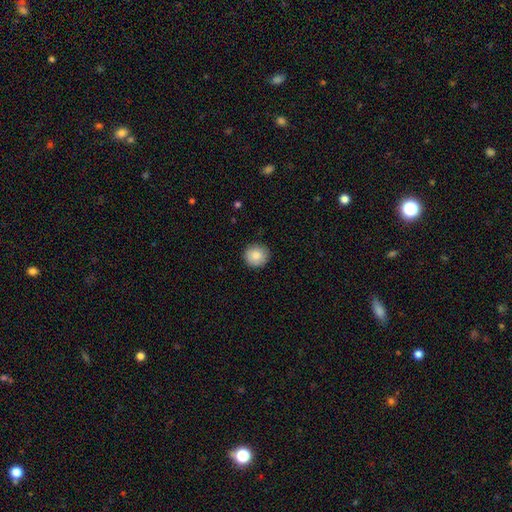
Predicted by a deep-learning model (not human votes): Smooth or featured?
  - smooth: 86% *
  - star or artifact: 8%
  - featured or disk: 6%
How rounded?
  - round: 93% *
  - in between: 6%
  - cigar-shaped: 1%
Merging?
  - none: 90% *
  - minor disturbance: 7%
  - major disturbance: 2%
  - merger: 1%